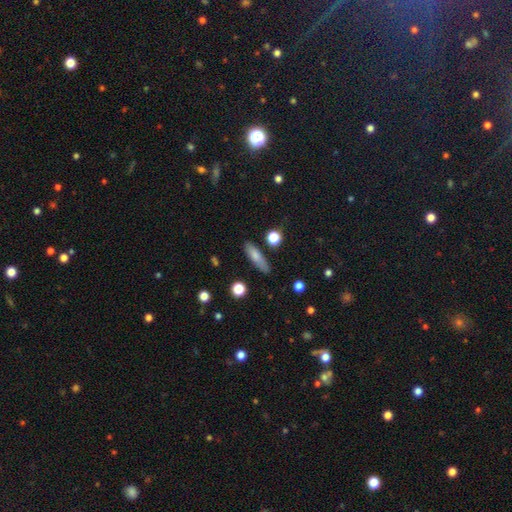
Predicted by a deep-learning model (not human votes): Smooth or featured? smooth (75%)
How rounded? cigar-shaped (64%)
Merging? none (83%)